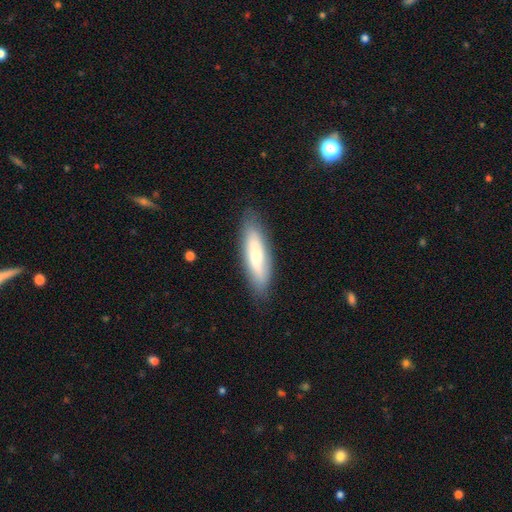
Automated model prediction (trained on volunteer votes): A smooth galaxy with no disk features (60%) that is cigar-shaped (62%). Merging: none (84%).